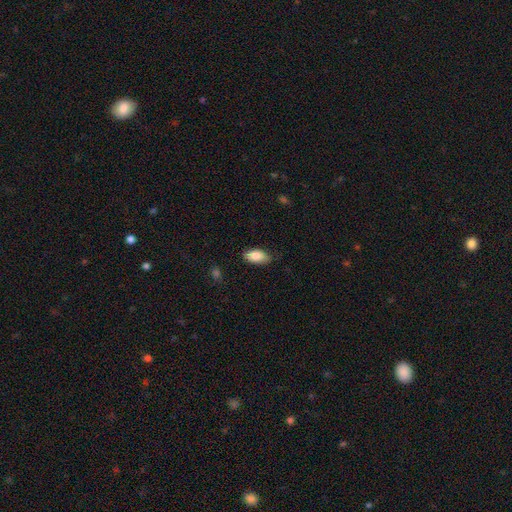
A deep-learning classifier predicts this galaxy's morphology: smooth_or_featured: smooth (p=0.85) [alt: featured or disk p=0.09]
how_rounded: in between (p=0.91) [alt: cigar-shaped p=0.06]
merging: none (p=0.78) [alt: minor disturbance p=0.18]